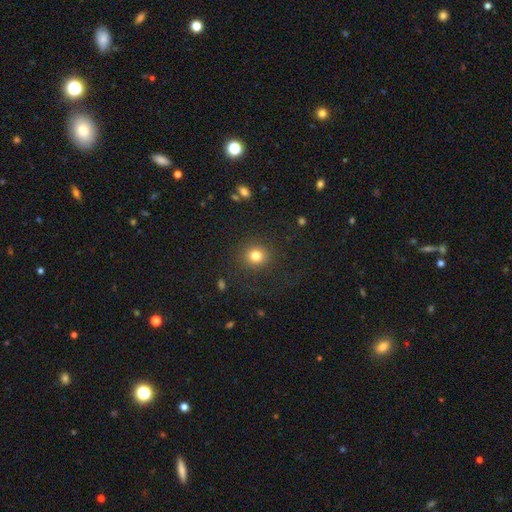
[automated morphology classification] smooth 80%, star or artifact 13%, featured or disk 7%. Down the decision tree: how rounded — round (89%); merging — none (87%).